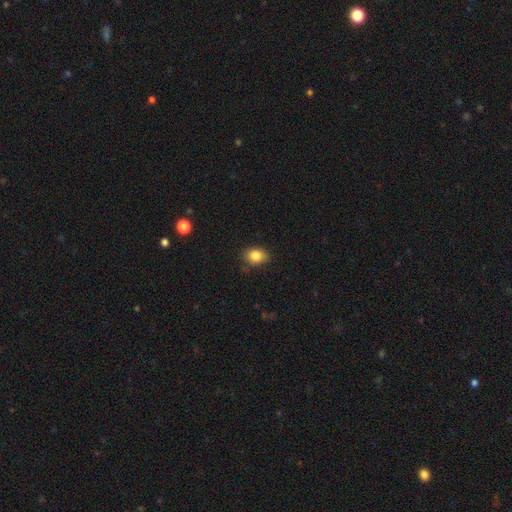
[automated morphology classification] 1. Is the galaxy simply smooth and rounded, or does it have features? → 84% smooth, 10% star or artifact, 6% featured or disk.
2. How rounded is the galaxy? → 60% in between, 39% round, 1% cigar-shaped.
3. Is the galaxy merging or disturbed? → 82% none, 14% minor disturbance, 3% major disturbance, 2% merger.